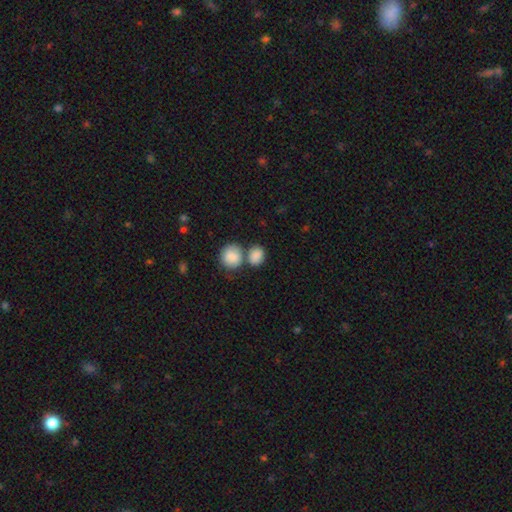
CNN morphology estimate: smooth 87%, star or artifact 7%, featured or disk 6%. Down the decision tree: how rounded — round (51%); merging — merger (44%).